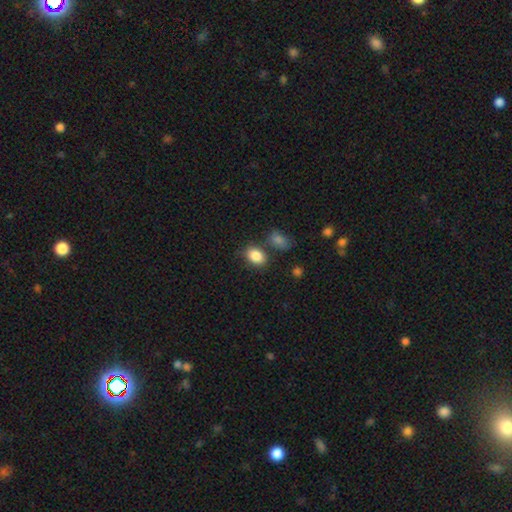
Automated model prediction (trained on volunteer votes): smooth-or-featured: smooth: 86% | star or artifact: 8% | featured or disk: 5%
  how-rounded: in between: 76% | round: 22% | cigar-shaped: 1%
  merging: none: 71% | minor disturbance: 13% | merger: 11% | major disturbance: 4%